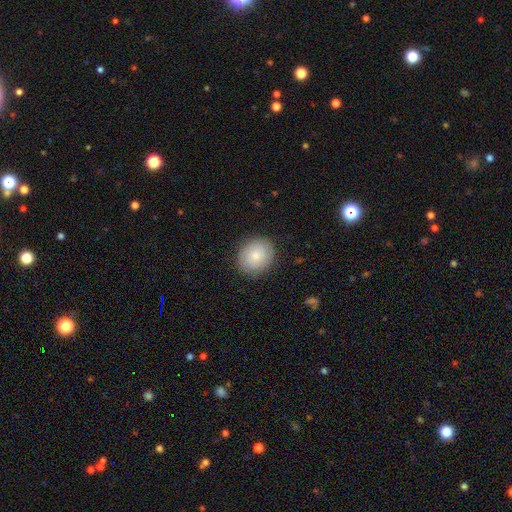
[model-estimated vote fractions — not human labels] Morphology: type=smooth (80%); roundness=round (69%); merging=none (87%).